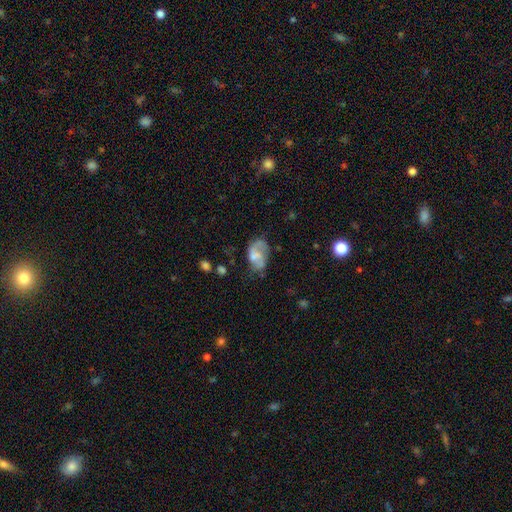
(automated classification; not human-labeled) featured or disk 51%, smooth 40%, star or artifact 9%. Down the decision tree: edge-on disk — no (97%); merging — none (40%).